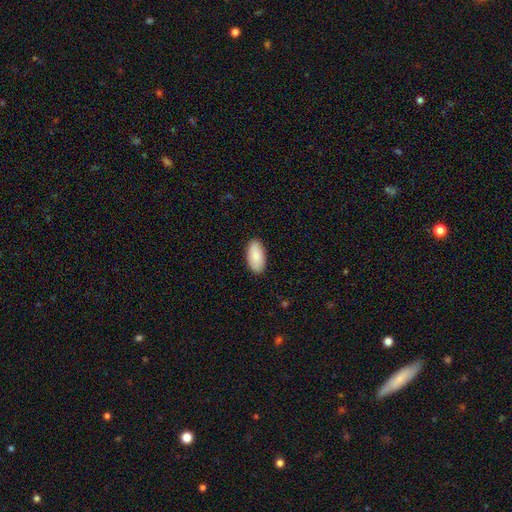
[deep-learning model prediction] Overall: smooth (88%). How rounded: in between (95%). Merging: none (88%).